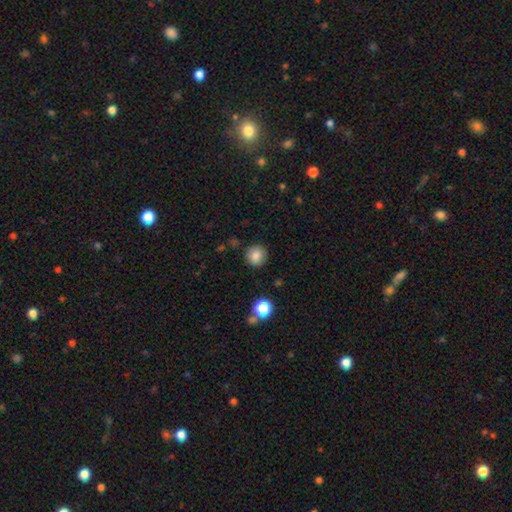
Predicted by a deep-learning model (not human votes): Morphology: type=smooth (84%); roundness=round (92%); merging=none (88%).